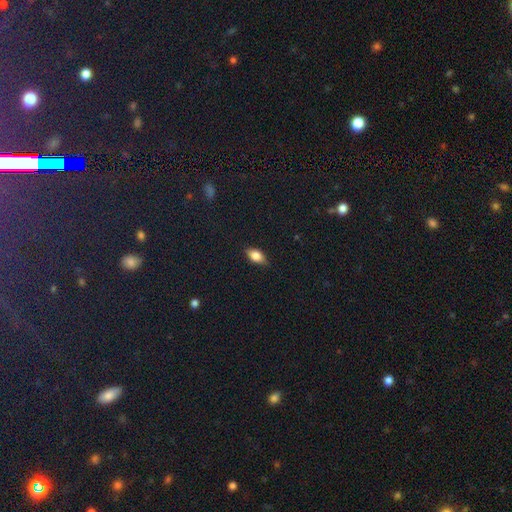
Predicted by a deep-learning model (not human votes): Smooth or featured: smooth — 75% (featured or disk — 16%)
How rounded: in between — 86% (cigar-shaped — 7%)
Merging: none — 82% (minor disturbance — 14%)